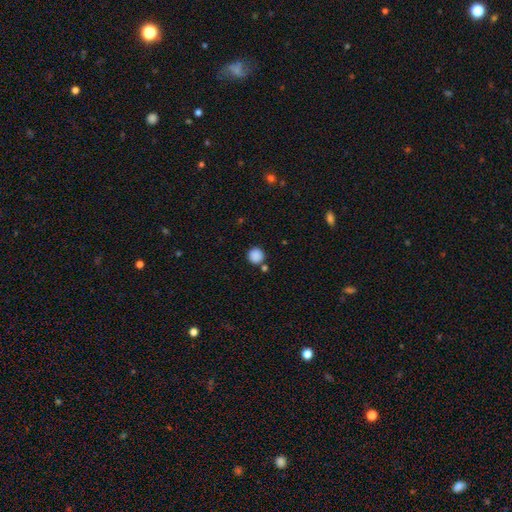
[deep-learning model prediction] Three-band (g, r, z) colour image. It shows a smooth galaxy with no disk features (87%) that is round (93%). Merging: none (80%).